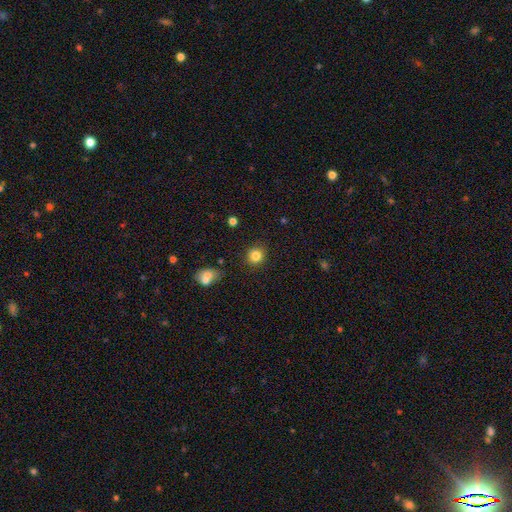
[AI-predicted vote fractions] Smooth or featured: smooth — 84% (star or artifact — 11%)
How rounded: round — 86% (in between — 13%)
Merging: none — 88% (minor disturbance — 7%)